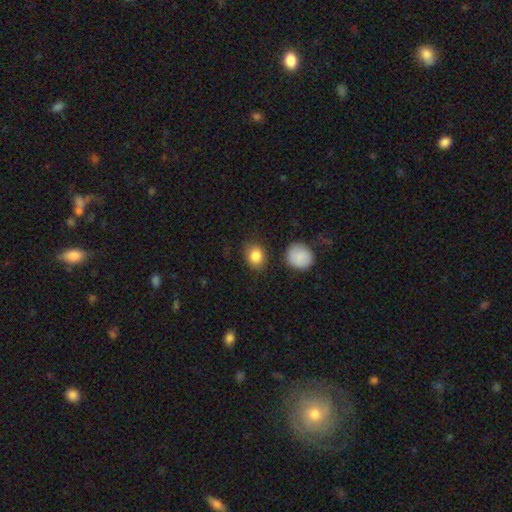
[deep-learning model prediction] This is clearly a smooth galaxy (86%). How rounded: possibly round (54%). Merging: clearly none (82%).